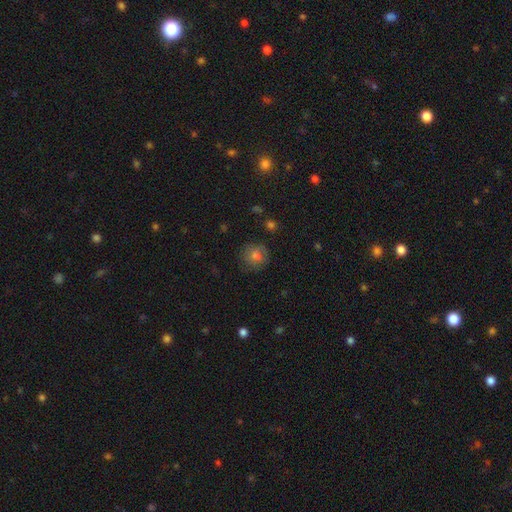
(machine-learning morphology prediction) Smooth or featured?
  - smooth: 77% *
  - star or artifact: 12%
  - featured or disk: 12%
How rounded?
  - round: 87% *
  - in between: 12%
  - cigar-shaped: 1%
Merging?
  - none: 78% *
  - minor disturbance: 16%
  - major disturbance: 5%
  - merger: 2%